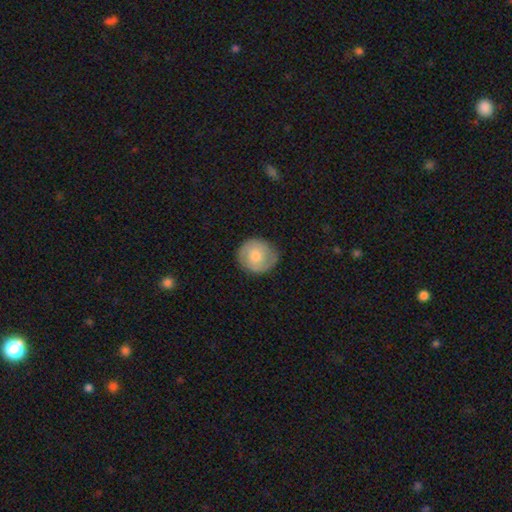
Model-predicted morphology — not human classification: Smooth or featured: smooth — 48% (featured or disk — 45%)
Merging: none — 82% (minor disturbance — 13%)